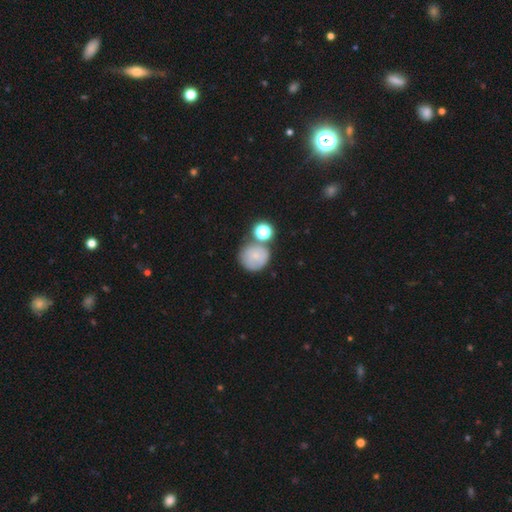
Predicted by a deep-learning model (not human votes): smooth_or_featured: smooth (p=0.69) [alt: featured or disk p=0.19]
how_rounded: round (p=0.89) [alt: in between p=0.10]
merging: none (p=0.57) [alt: merger p=0.20]